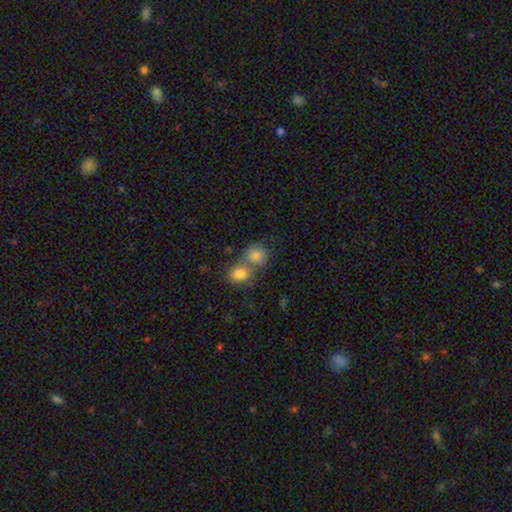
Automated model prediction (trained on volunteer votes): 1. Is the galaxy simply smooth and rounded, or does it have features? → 81% smooth, 9% star or artifact, 9% featured or disk.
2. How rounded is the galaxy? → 78% round, 21% in between, 1% cigar-shaped.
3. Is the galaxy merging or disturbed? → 51% merger, 38% none, 7% minor disturbance, 3% major disturbance.